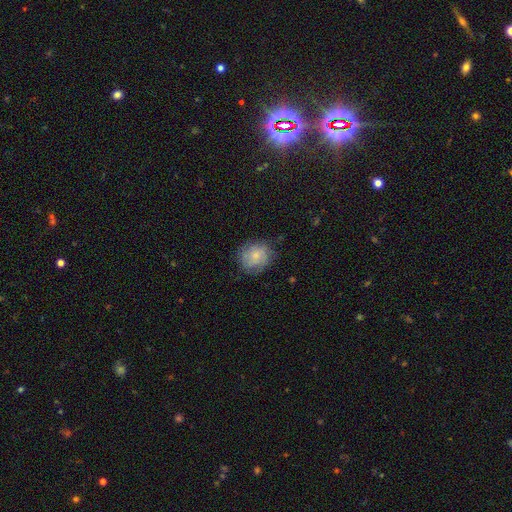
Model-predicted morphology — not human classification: Q: Smooth or featured?
A: smooth (71%); runner-up: featured or disk (21%)
Q: How rounded?
A: round (78%); runner-up: in between (21%)
Q: Merging?
A: none (70%); runner-up: minor disturbance (22%)